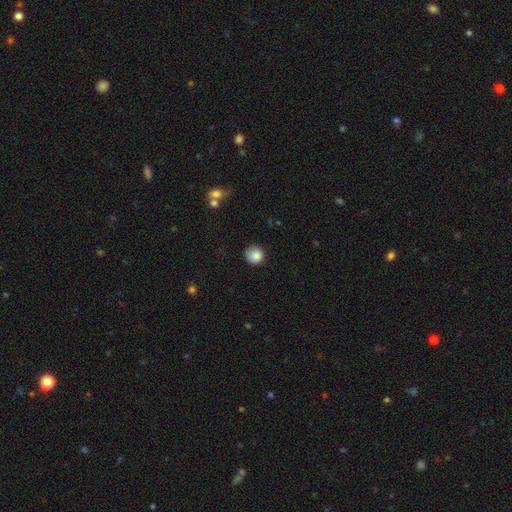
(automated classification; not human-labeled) smooth_or_featured: smooth (p=0.86) [alt: star or artifact p=0.09]
how_rounded: round (p=0.93) [alt: in between p=0.06]
merging: none (p=0.81) [alt: minor disturbance p=0.14]